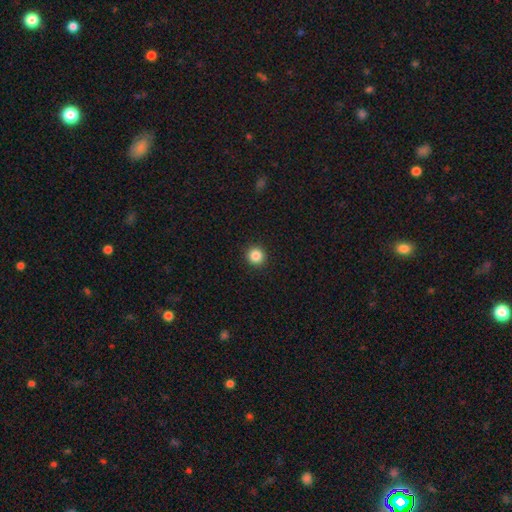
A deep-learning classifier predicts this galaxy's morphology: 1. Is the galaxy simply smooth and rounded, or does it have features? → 85% smooth, 11% star or artifact, 4% featured or disk.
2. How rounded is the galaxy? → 94% round, 5% in between, 1% cigar-shaped.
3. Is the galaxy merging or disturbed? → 93% none, 4% minor disturbance, 2% major disturbance, 1% merger.